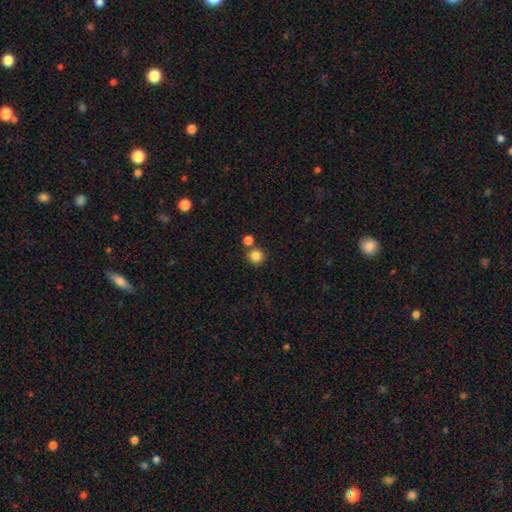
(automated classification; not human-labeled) Smooth or featured? smooth (85%)
How rounded? round (93%)
Merging? none (72%)